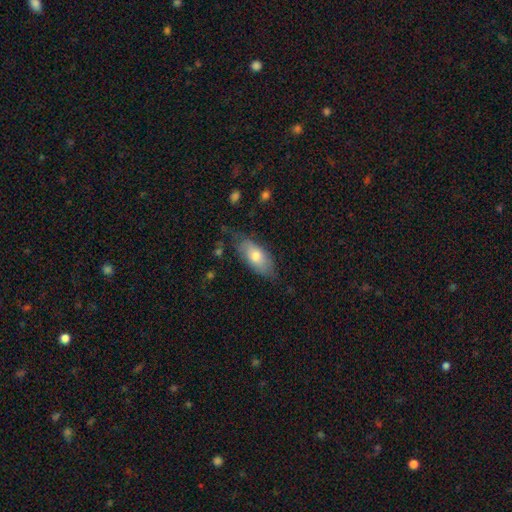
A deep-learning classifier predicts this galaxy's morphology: This appears to be a smooth galaxy with no disk features (70%) that is in between round and cigar-shaped (84%). Merging: none (69%).